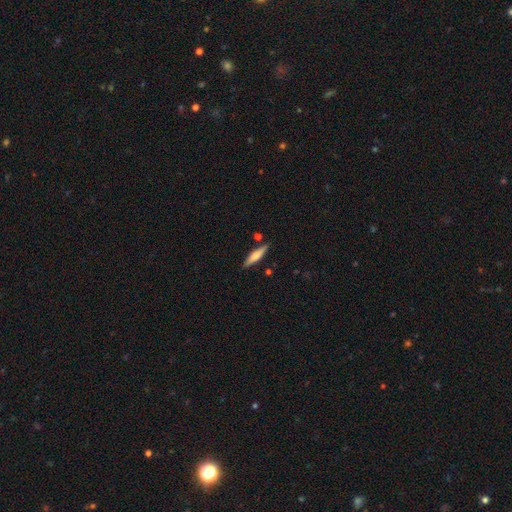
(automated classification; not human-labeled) A smooth galaxy with no disk features (57%) that is cigar-shaped (80%). Merging: none (84%).